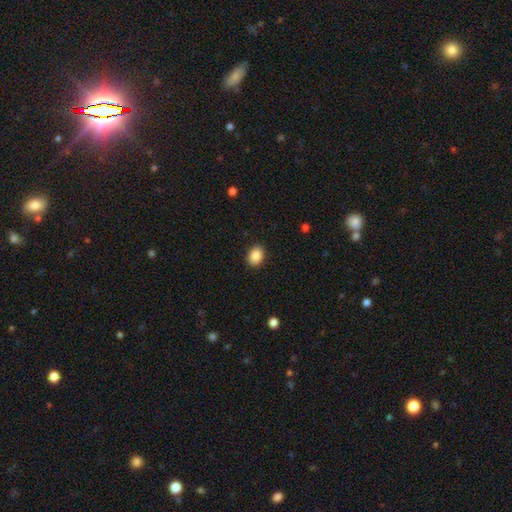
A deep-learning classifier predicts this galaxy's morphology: Q: Smooth or featured?
A: smooth (88%); runner-up: star or artifact (8%)
Q: How rounded?
A: in between (58%); runner-up: round (41%)
Q: Merging?
A: none (90%); runner-up: minor disturbance (7%)